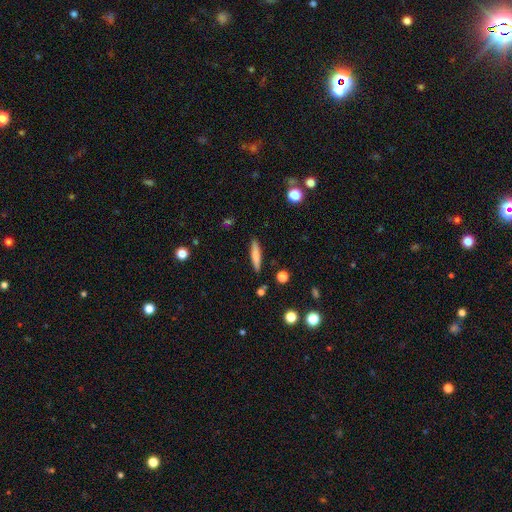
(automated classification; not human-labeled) The model was most divided on "smooth or featured": smooth: 72%, featured or disk: 21%, star or artifact: 7%. More confident: merging — none (88%); how rounded — cigar-shaped (85%).